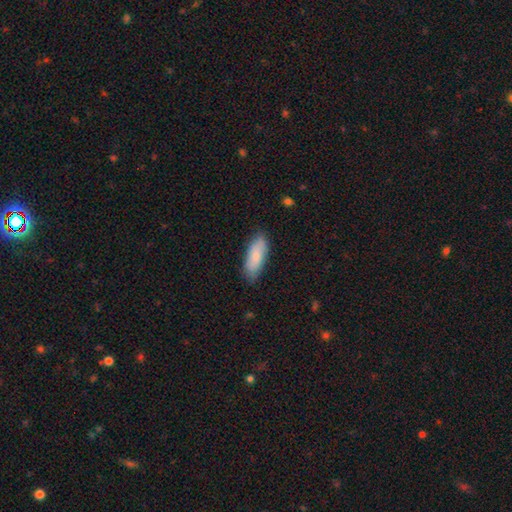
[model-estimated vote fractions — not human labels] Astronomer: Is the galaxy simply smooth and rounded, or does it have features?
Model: smooth — 83%.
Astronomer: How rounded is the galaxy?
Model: in between — 73%.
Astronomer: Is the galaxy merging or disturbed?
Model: none — 80%.